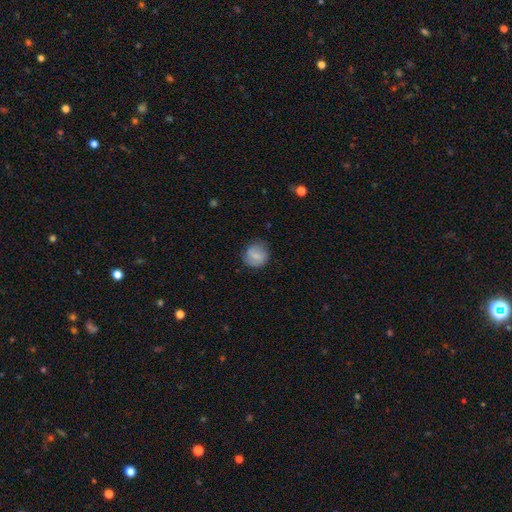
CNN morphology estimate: A smooth galaxy with no disk features (69%) that is round (85%). Merging: none (76%).